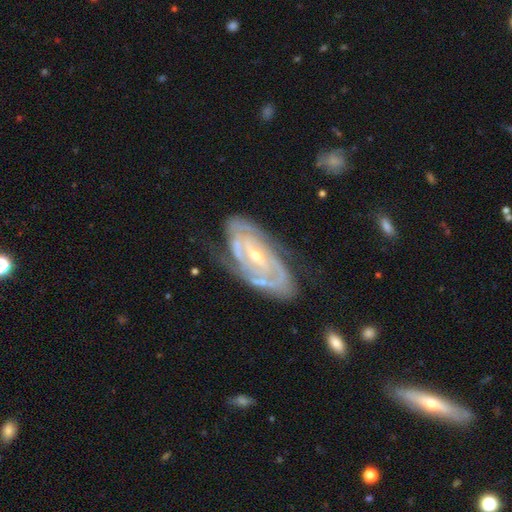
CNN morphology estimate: This appears to be a featured or disk galaxy (89%) with a weak bar (44%), 2 (53%) tight (67%) spiral arms (96%) and a small central bulge (63%). Merging: none (69%).